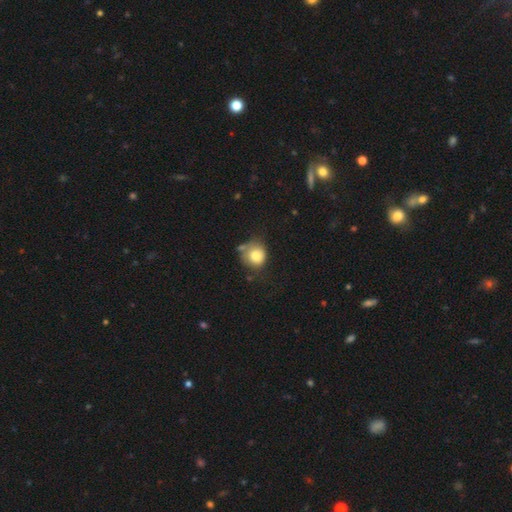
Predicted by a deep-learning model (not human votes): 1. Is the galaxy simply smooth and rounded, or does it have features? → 78% smooth, 12% featured or disk, 9% star or artifact.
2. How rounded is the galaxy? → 83% round, 16% in between, 1% cigar-shaped.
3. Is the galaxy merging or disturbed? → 48% none, 28% minor disturbance, 13% merger, 11% major disturbance.